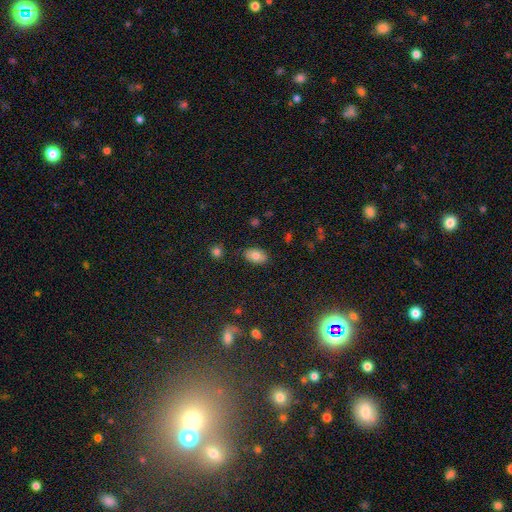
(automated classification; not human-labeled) Smooth or featured: smooth — 78% (featured or disk — 13%)
How rounded: in between — 90% (round — 8%)
Merging: none — 84% (minor disturbance — 12%)